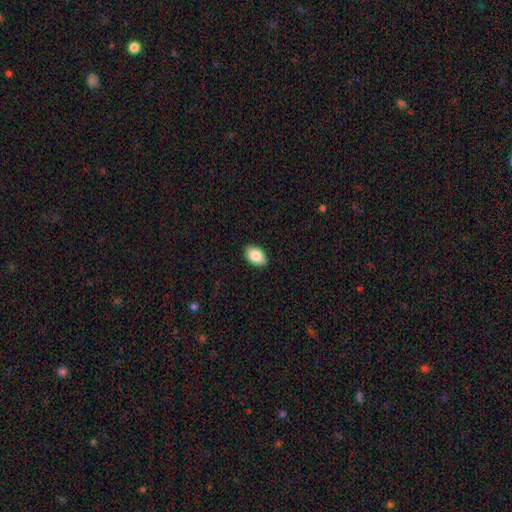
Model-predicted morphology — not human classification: Smooth or featured? smooth (86%)
How rounded? in between (88%)
Merging? none (88%)